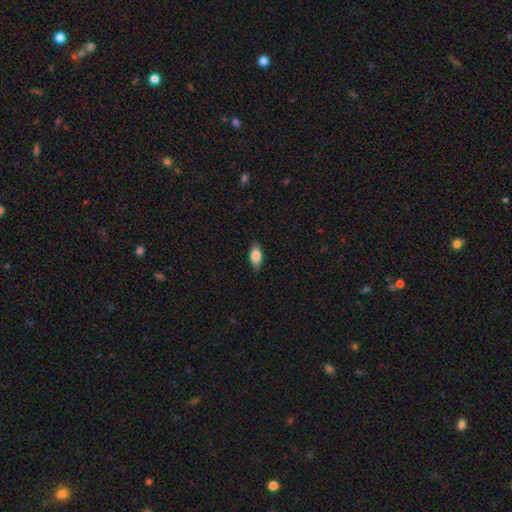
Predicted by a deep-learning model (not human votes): smooth-or-featured: smooth: 83% | featured or disk: 10% | star or artifact: 7%
  how-rounded: in between: 88% | cigar-shaped: 8% | round: 4%
  merging: none: 85% | minor disturbance: 12% | major disturbance: 2% | merger: 1%